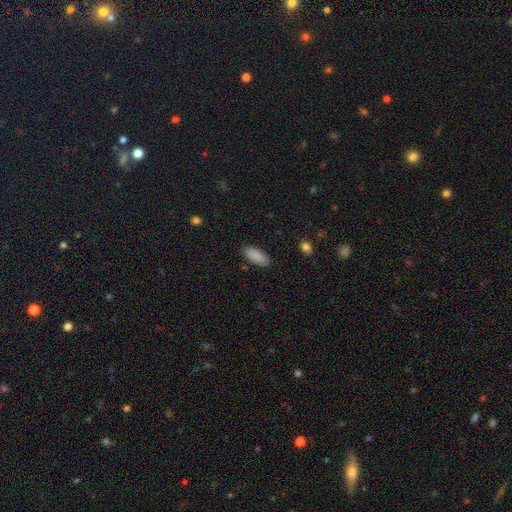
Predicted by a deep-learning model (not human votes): smooth 89%, star or artifact 6%, featured or disk 4%. Down the decision tree: how rounded — in between (83%); merging — none (87%).